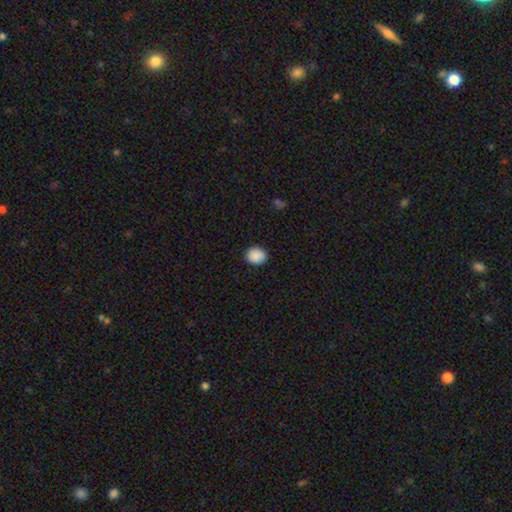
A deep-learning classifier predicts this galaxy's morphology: This is clearly a smooth galaxy (90%). How rounded: likely round (71%). Merging: clearly none (90%).